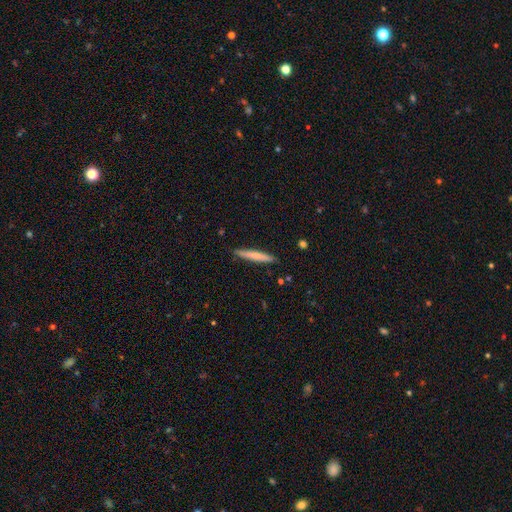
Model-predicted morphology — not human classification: A smooth galaxy with no disk features (72%) that is cigar-shaped (95%). Merging: none (88%).